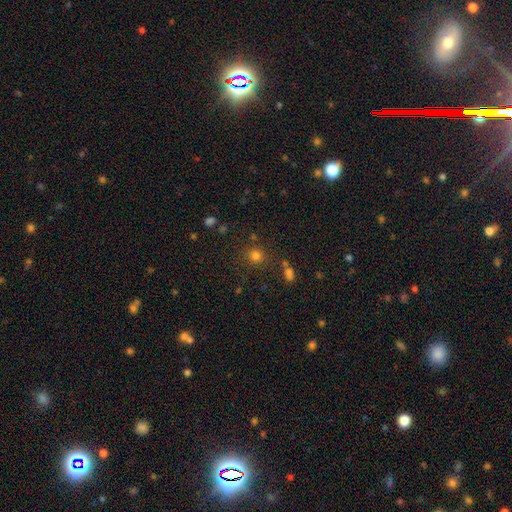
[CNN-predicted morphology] smooth 76%, star or artifact 18%, featured or disk 6%. Down the decision tree: how rounded — round (90%); merging — none (80%).